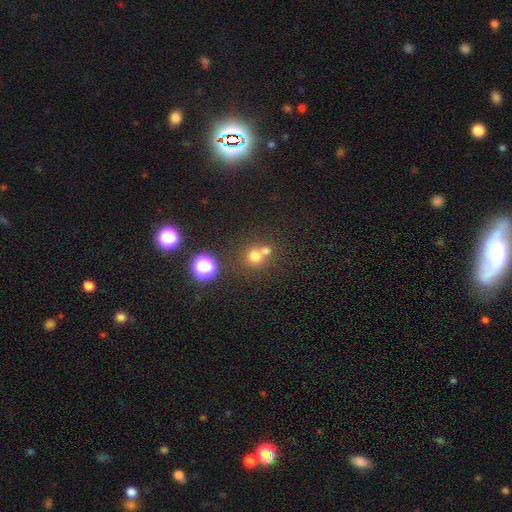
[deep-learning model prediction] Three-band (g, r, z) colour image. It shows a smooth galaxy with no disk features (65%) that is round (87%). Merging: none (47%).